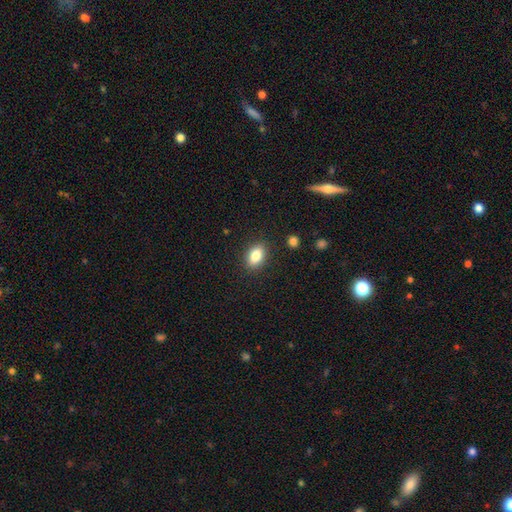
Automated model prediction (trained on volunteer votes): The model was most divided on "smooth or featured": smooth: 84%, star or artifact: 8%, featured or disk: 8%. More confident: merging — none (88%); how rounded — in between (87%).